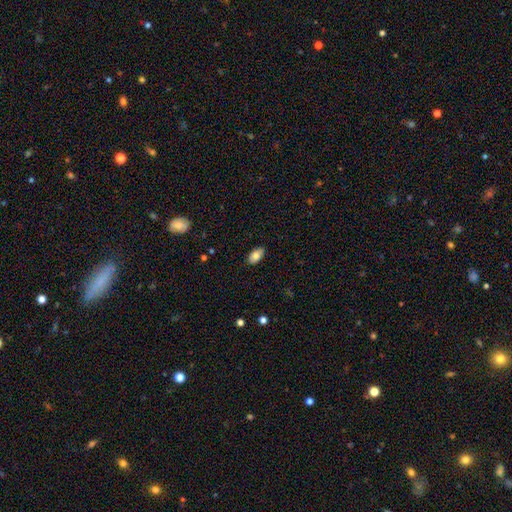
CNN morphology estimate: Overall: smooth (79%). How rounded: in between (93%). Merging: none (87%).